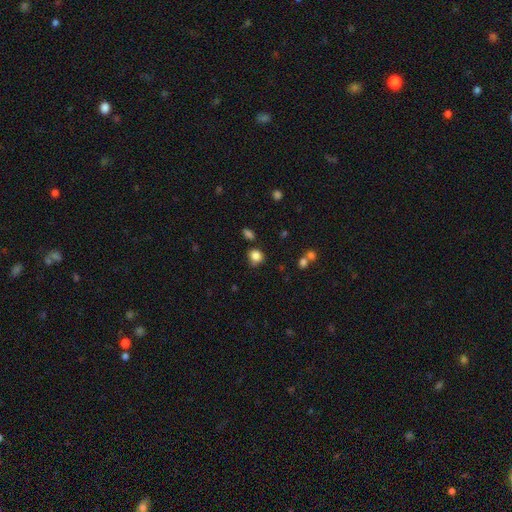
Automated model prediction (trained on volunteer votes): smooth 83%, star or artifact 11%, featured or disk 5%. Down the decision tree: how rounded — round (78%); merging — none (71%).